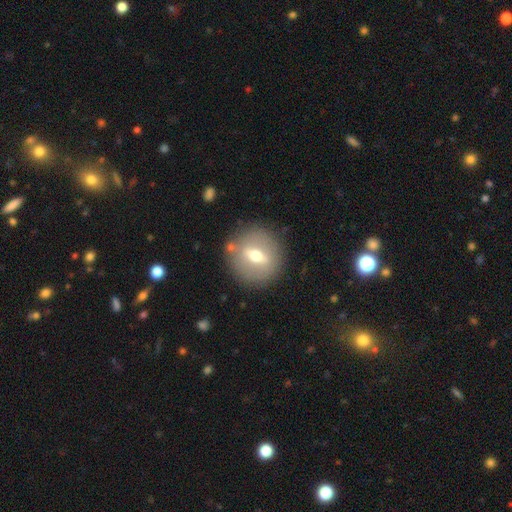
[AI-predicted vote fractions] Morphology: type=featured or disk (50%); merging=none (84%).